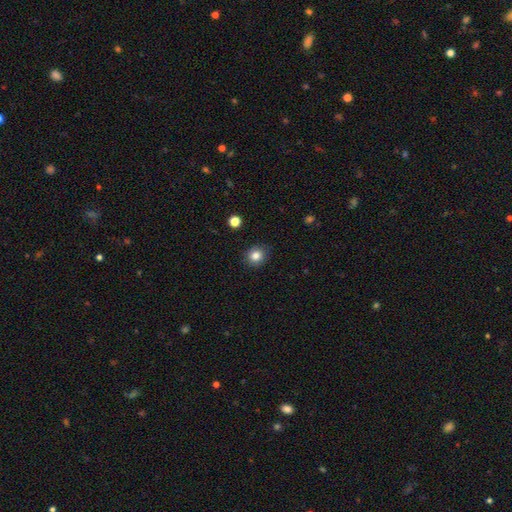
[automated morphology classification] smooth_or_featured: smooth (p=0.83) [alt: star or artifact p=0.11]
how_rounded: round (p=0.83) [alt: in between p=0.16]
merging: none (p=0.88) [alt: minor disturbance p=0.08]